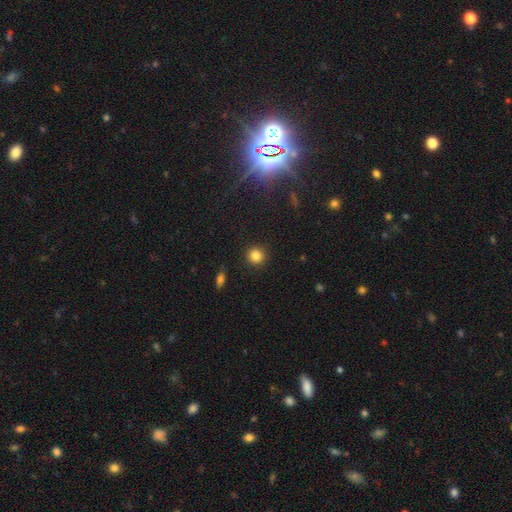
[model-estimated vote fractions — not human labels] The model was most divided on "smooth or featured": smooth: 83%, star or artifact: 11%, featured or disk: 5%. More confident: how rounded — round (91%); merging — none (91%).